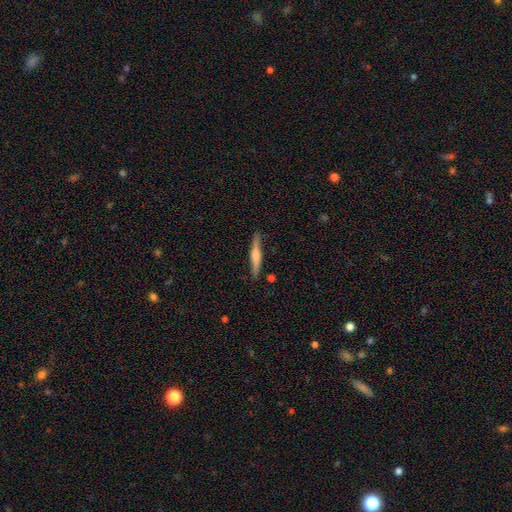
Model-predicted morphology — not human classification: Smooth or featured? smooth (49%)
Merging? none (81%)